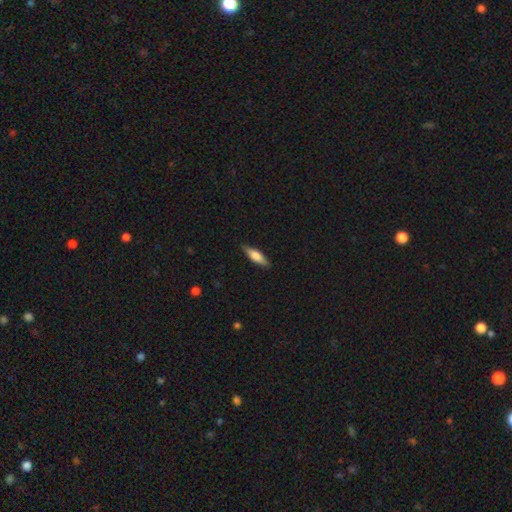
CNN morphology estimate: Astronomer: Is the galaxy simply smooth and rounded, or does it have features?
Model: smooth — 61%.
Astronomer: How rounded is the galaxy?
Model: cigar-shaped — 63%.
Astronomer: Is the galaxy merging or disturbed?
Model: none — 86%.